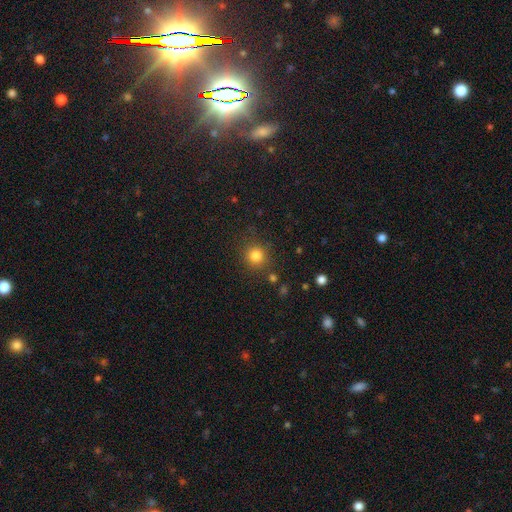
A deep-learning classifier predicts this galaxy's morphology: Overall: smooth (82%). How rounded: round (93%). Merging: none (85%).